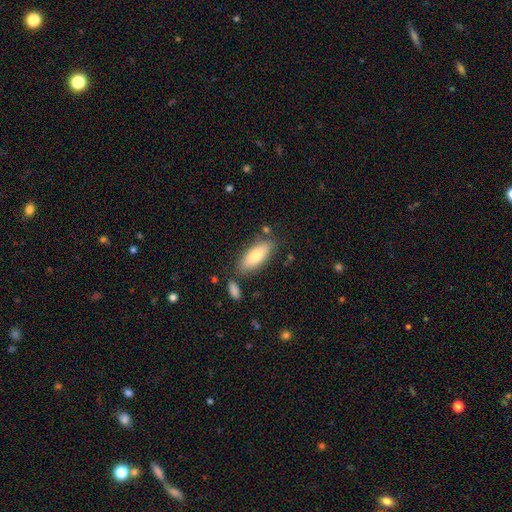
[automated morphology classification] smooth-or-featured: smooth: 77% | featured or disk: 17% | star or artifact: 6%
  how-rounded: in between: 78% | cigar-shaped: 20% | round: 2%
  merging: none: 77% | minor disturbance: 14% | merger: 6% | major disturbance: 3%